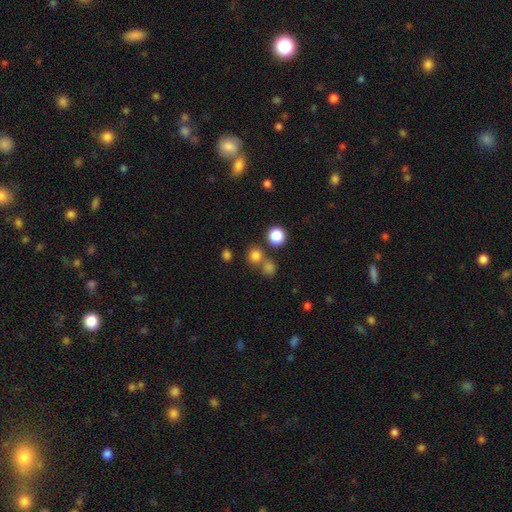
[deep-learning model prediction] Smooth or featured? smooth (77%)
How rounded? round (88%)
Merging? none (65%)